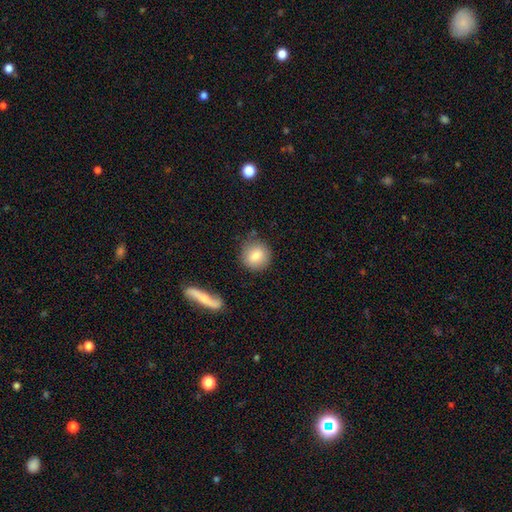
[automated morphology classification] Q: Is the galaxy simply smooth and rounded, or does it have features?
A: smooth — 83%.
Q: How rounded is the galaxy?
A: round — 87%.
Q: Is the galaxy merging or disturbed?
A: none — 79%.